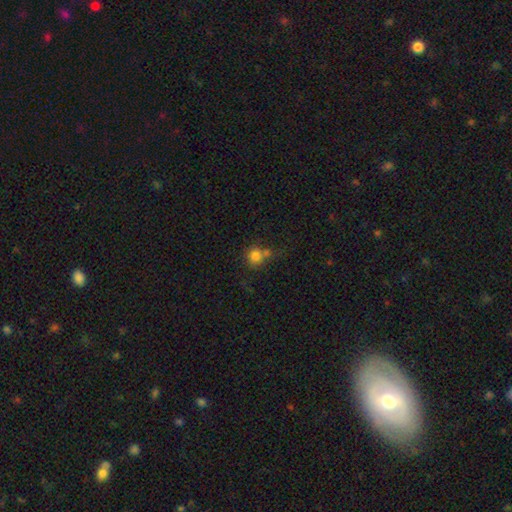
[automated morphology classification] A smooth galaxy with no disk features (79%) that is round (87%).

Vote fractions:
- Smooth or featured? smooth: 79% / star or artifact: 12% / featured or disk: 9%
- How rounded? round: 87% / in between: 12% / cigar-shaped: 1%
- Merging? none: 50% / merger: 32% / minor disturbance: 12% / major disturbance: 6%